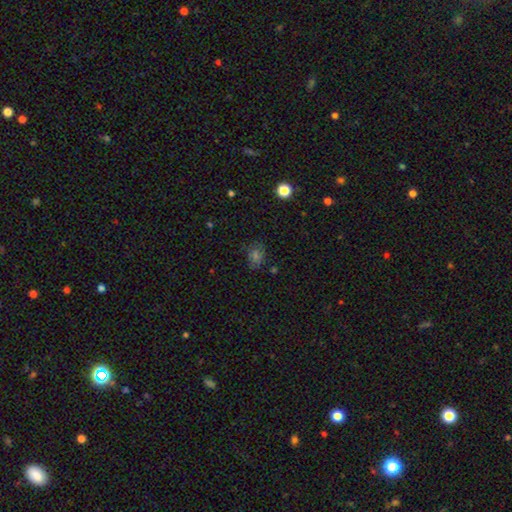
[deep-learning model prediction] Q: Smooth or featured?
A: smooth (59%); runner-up: star or artifact (27%)
Q: How rounded?
A: round (52%); runner-up: in between (47%)
Q: Merging?
A: none (76%); runner-up: minor disturbance (17%)